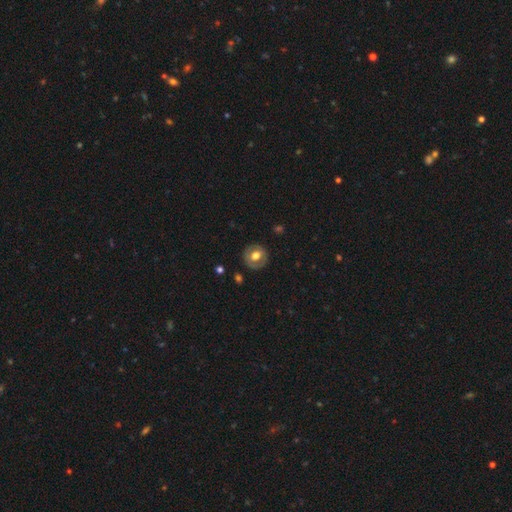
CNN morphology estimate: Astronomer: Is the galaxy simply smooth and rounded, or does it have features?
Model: smooth — 55% (runner-up: featured or disk, 38%).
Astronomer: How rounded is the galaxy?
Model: round — 87%.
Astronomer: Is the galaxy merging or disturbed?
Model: none — 85%.